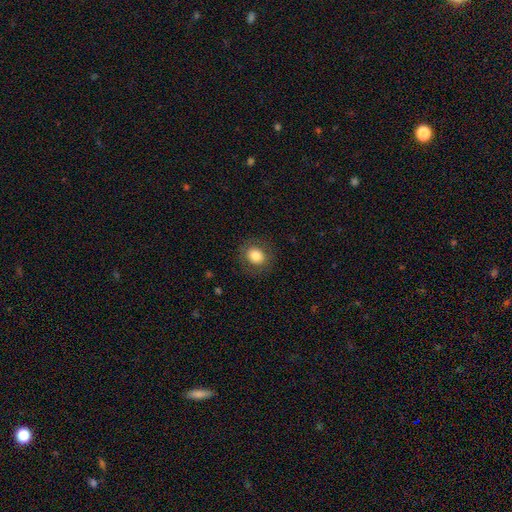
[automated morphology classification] Q: Smooth or featured?
A: smooth (79%); runner-up: featured or disk (12%)
Q: How rounded?
A: round (70%); runner-up: in between (29%)
Q: Merging?
A: none (85%); runner-up: minor disturbance (9%)